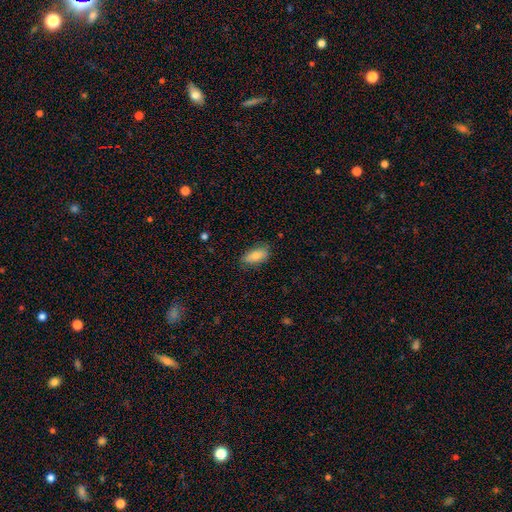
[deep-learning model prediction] The model was most divided on "merging": none: 79%, minor disturbance: 16%, major disturbance: 3%, merger: 1%. More confident: how rounded — in between (84%); smooth or featured — smooth (82%).